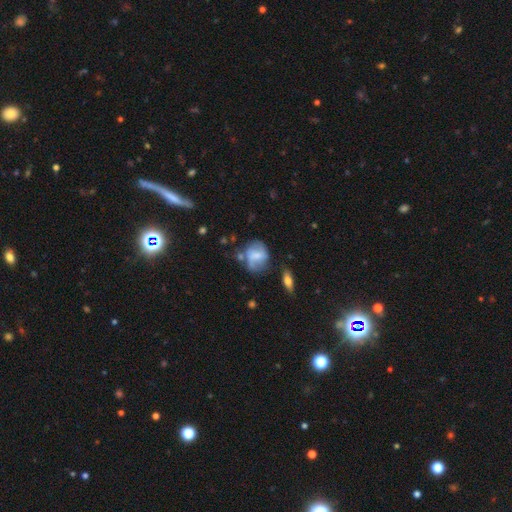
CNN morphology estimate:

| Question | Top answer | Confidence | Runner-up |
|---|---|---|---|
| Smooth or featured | featured or disk | 46% | smooth (45%) |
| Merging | none | 51% | minor disturbance (25%) |